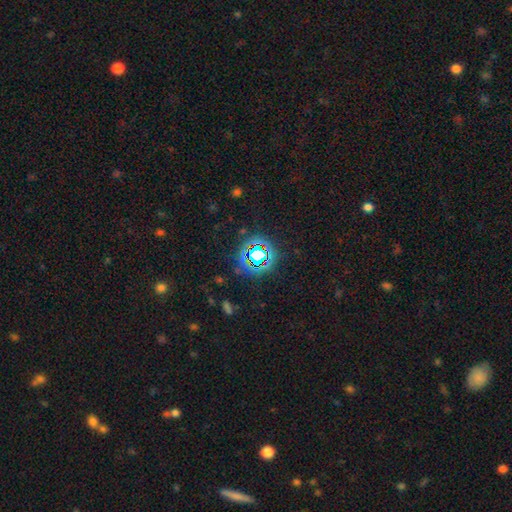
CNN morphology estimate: smooth_or_featured: star or artifact (p=0.70) [alt: smooth p=0.19]